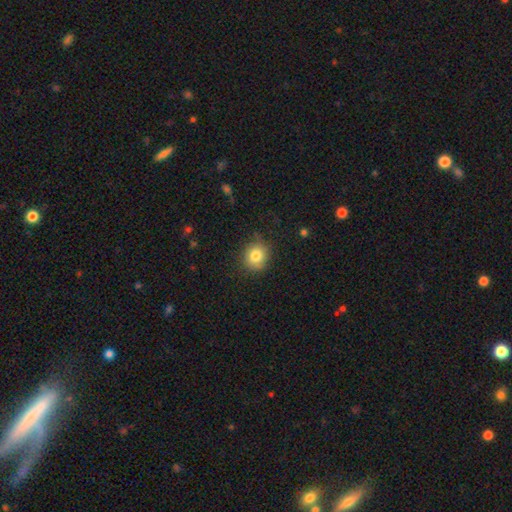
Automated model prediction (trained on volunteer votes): smooth 81%, star or artifact 11%, featured or disk 9%. Down the decision tree: how rounded — round (82%); merging — none (79%).